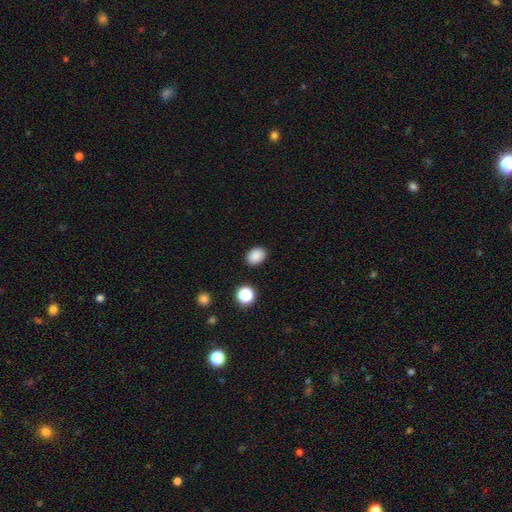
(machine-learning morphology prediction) Smooth or featured? smooth (86%)
How rounded? in between (71%)
Merging? none (87%)